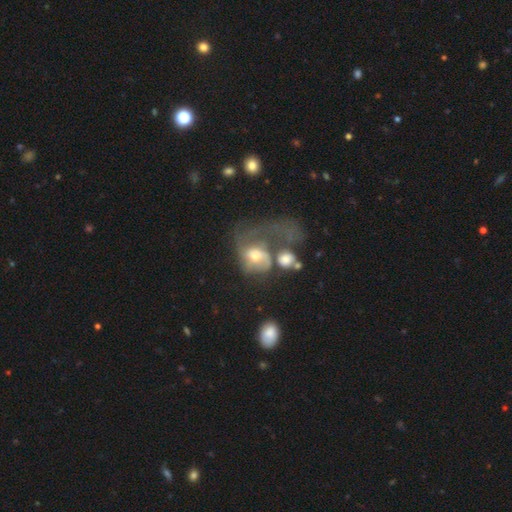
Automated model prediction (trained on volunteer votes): Overall: featured or disk (56%; smooth 35%). Edge-on disk: no (97%). Bar: no (68%). Spiral arms: yes (63%; no 37%). Bulge size: moderate (63%). Merging: major disturbance (45%; merger 35%).